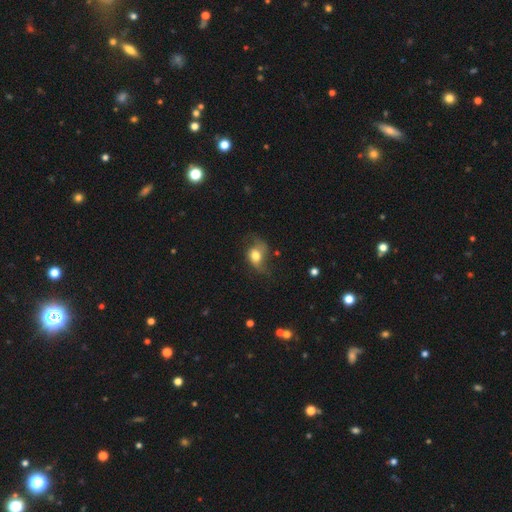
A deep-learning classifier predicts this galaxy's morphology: Smooth or featured?
  - smooth: 52% *
  - featured or disk: 39%
  - star or artifact: 10%
How rounded?
  - in between: 64% *
  - round: 34%
  - cigar-shaped: 2%
Merging?
  - none: 40% *
  - major disturbance: 29%
  - minor disturbance: 27%
  - merger: 3%